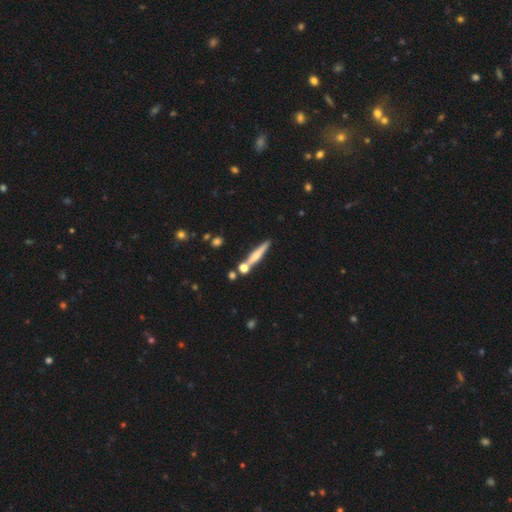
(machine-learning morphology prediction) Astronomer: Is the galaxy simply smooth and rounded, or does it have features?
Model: smooth — 51% (runner-up: featured or disk, 41%).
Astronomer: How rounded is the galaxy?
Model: cigar-shaped — 92%.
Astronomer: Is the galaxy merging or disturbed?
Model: none — 73%.